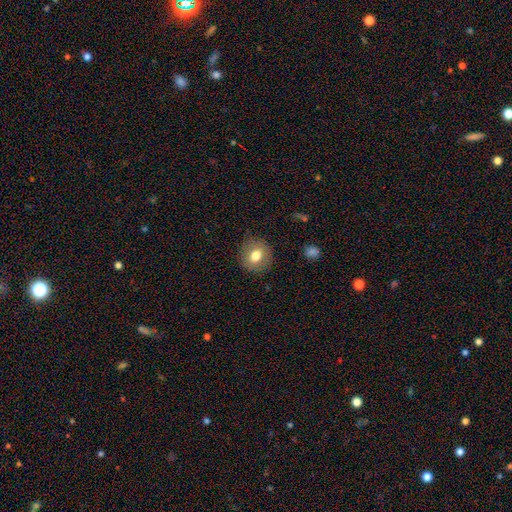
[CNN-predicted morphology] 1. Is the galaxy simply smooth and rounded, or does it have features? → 75% smooth, 16% featured or disk, 9% star or artifact.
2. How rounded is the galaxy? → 79% round, 20% in between, 1% cigar-shaped.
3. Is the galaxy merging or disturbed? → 86% none, 10% minor disturbance, 3% major disturbance, 1% merger.